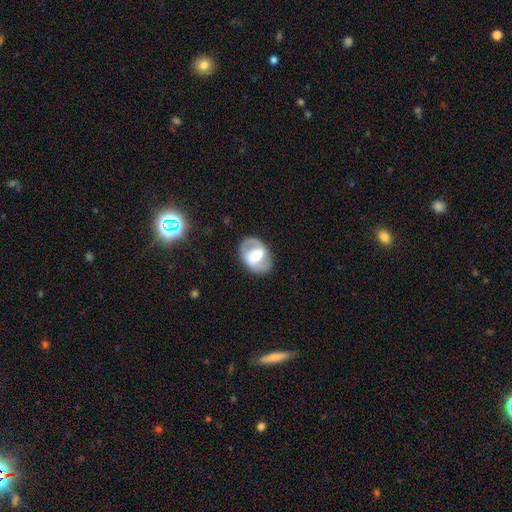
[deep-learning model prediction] Smooth or featured: featured or disk — 69% (smooth — 25%)
Edge-on disk: no — 96% (yes — 4%)
Bar: weak — 40% (strong — 39%)
Spiral arms: yes — 72% (no — 28%)
Bulge size: moderate — 57% (large — 20%)
Merging: none — 82% (minor disturbance — 12%)